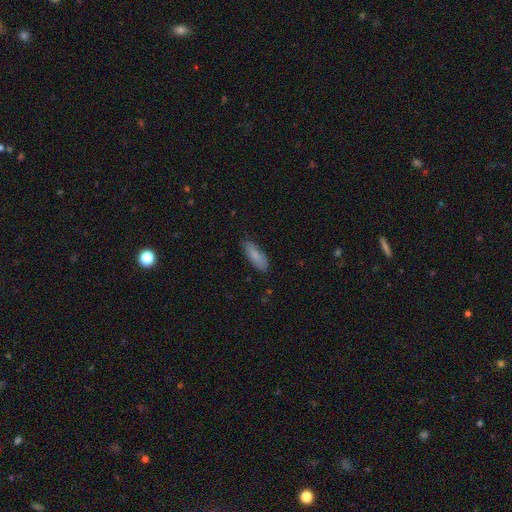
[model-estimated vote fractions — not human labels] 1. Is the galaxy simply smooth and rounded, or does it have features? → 84% smooth, 10% featured or disk, 6% star or artifact.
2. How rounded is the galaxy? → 64% in between, 35% cigar-shaped, 2% round.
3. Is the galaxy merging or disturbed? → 81% none, 15% minor disturbance, 2% major disturbance, 1% merger.